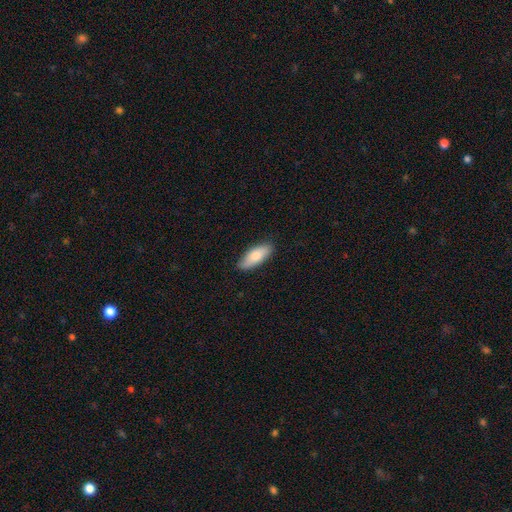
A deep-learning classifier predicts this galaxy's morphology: smooth-or-featured: smooth: 79% | featured or disk: 15% | star or artifact: 5%
  how-rounded: in between: 75% | cigar-shaped: 23% | round: 2%
  merging: none: 86% | minor disturbance: 11% | major disturbance: 2% | merger: 1%